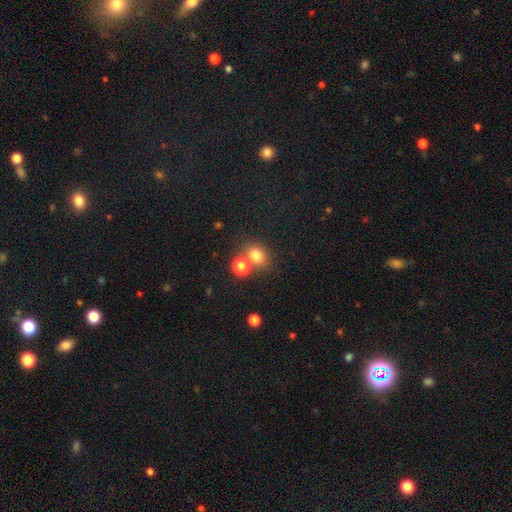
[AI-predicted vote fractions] A smooth galaxy with no disk features (78%) that is round (62%). Merging: none (60%).